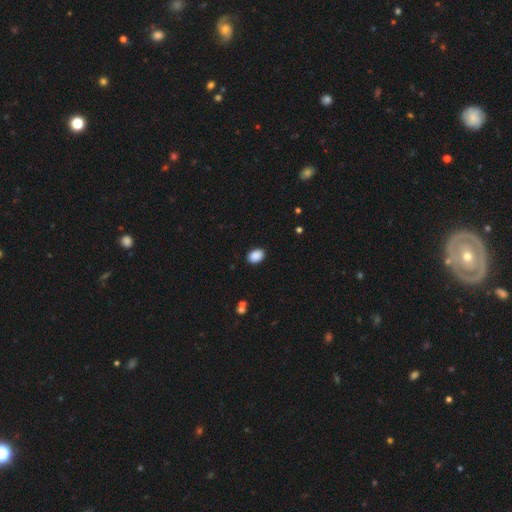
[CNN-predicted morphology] type=smooth (89%); roundness=in between (79%); merging=none (89%).